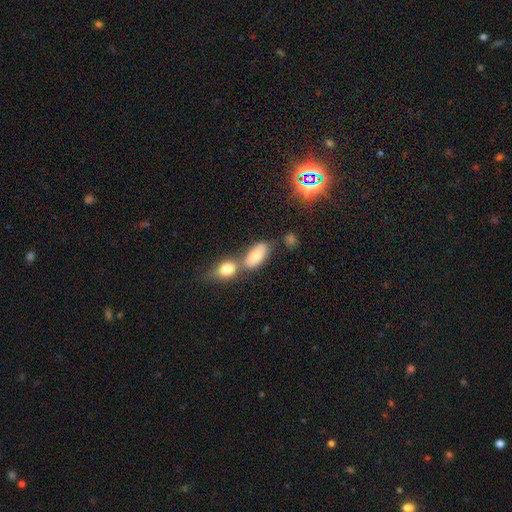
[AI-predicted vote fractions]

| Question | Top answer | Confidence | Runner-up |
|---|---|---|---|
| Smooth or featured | smooth | 71% | star or artifact (15%) |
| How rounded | in between | 86% | cigar-shaped (7%) |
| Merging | none | 46% | merger (38%) |